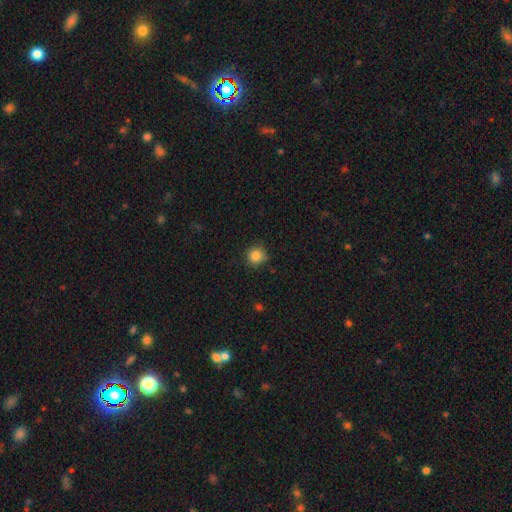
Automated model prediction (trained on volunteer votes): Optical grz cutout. It shows a smooth galaxy with no disk features (84%) that is round (92%). Merging: none (84%).